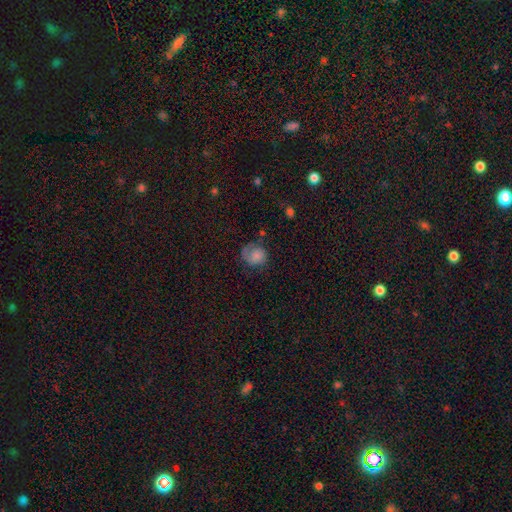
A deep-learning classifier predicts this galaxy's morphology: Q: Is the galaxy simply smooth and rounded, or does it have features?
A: smooth — 68%.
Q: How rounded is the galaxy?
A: round — 74%.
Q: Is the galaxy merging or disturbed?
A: none — 48%.